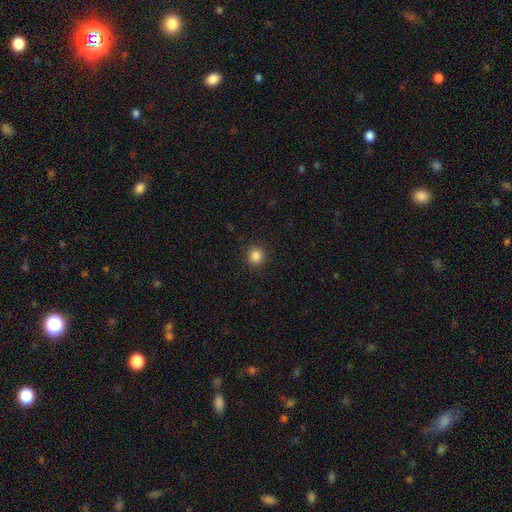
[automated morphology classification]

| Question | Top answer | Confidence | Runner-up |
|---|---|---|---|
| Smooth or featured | smooth | 86% | star or artifact (11%) |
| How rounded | round | 91% | in between (8%) |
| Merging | none | 91% | minor disturbance (6%) |